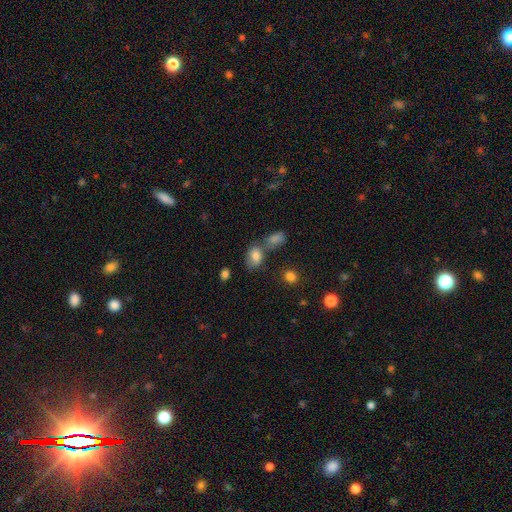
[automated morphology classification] Smooth or featured: smooth — 80% (star or artifact — 10%)
How rounded: in between — 80% (round — 18%)
Merging: none — 49% (merger — 27%)